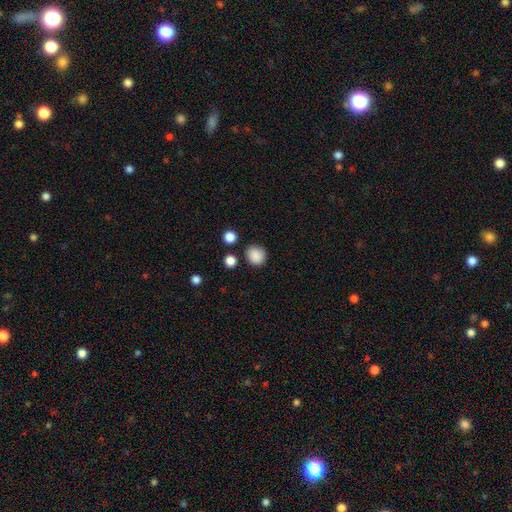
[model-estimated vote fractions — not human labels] smooth-or-featured: smooth: 87% | star or artifact: 9% | featured or disk: 3%
  how-rounded: round: 83% | in between: 16% | cigar-shaped: 1%
  merging: none: 83% | minor disturbance: 10% | merger: 4% | major disturbance: 3%